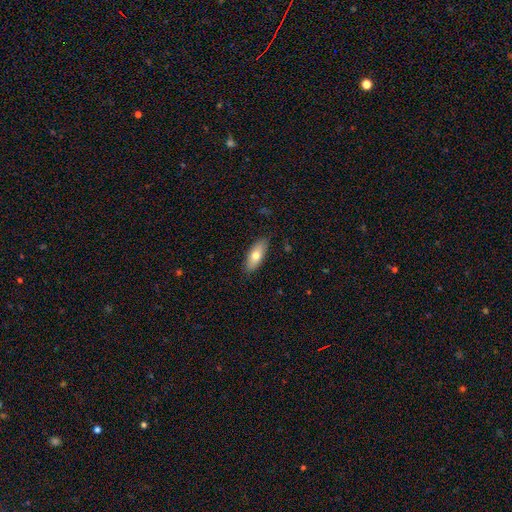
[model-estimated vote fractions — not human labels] Smooth or featured? Predicted: smooth (p=0.72). How rounded? Predicted: in between (p=0.77). Merging? Predicted: none (p=0.86).